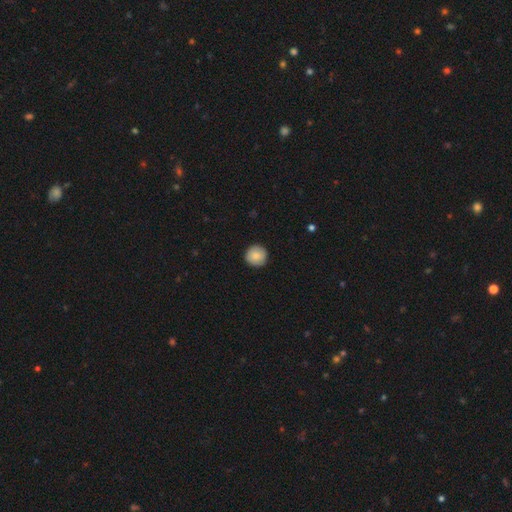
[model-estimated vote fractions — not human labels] smooth-or-featured: smooth: 85% | star or artifact: 7% | featured or disk: 7%
  how-rounded: round: 95% | in between: 4% | cigar-shaped: 1%
  merging: none: 92% | minor disturbance: 6% | major disturbance: 1% | merger: 1%